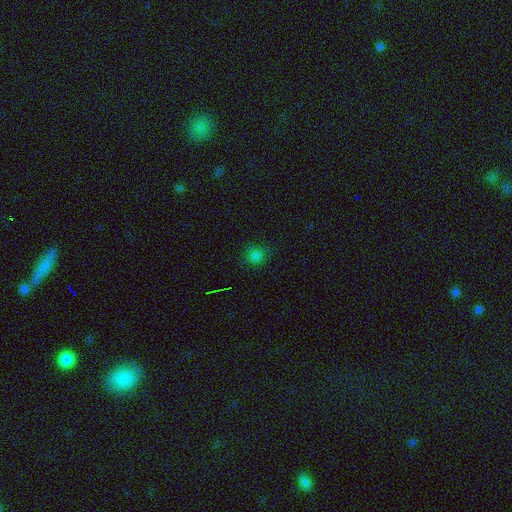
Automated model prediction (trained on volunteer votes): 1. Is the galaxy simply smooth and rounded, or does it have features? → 76% smooth, 19% star or artifact, 5% featured or disk.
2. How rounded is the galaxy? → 87% round, 12% in between, 1% cigar-shaped.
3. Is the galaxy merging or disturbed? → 80% none, 14% minor disturbance, 4% major disturbance, 1% merger.